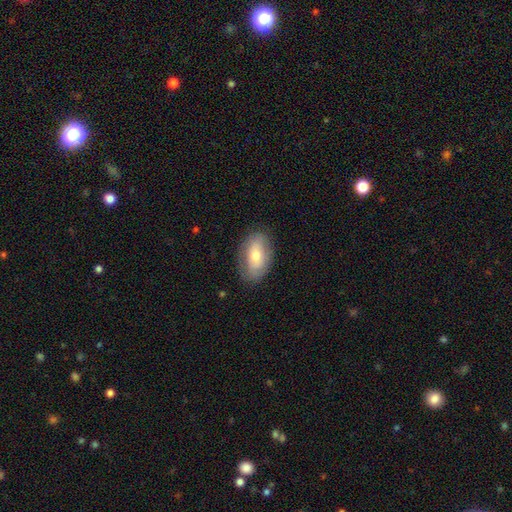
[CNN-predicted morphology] This appears to be a smooth galaxy with no disk features (61%) that is in between round and cigar-shaped (90%). Merging: none (80%).